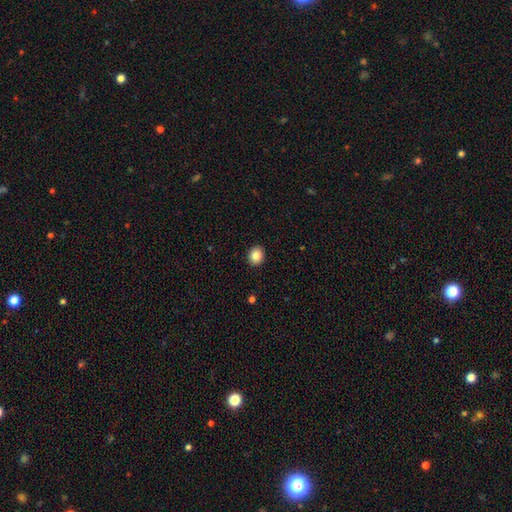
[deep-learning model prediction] Overall: smooth (85%). How rounded: round (71%). Merging: none (92%).